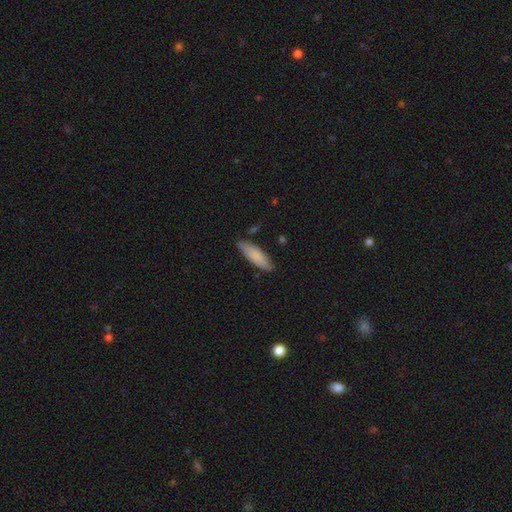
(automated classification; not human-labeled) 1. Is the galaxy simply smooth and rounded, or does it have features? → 84% smooth, 11% featured or disk, 5% star or artifact.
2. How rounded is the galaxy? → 56% in between, 43% cigar-shaped, 1% round.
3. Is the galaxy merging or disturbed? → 80% none, 16% minor disturbance, 2% major disturbance, 2% merger.